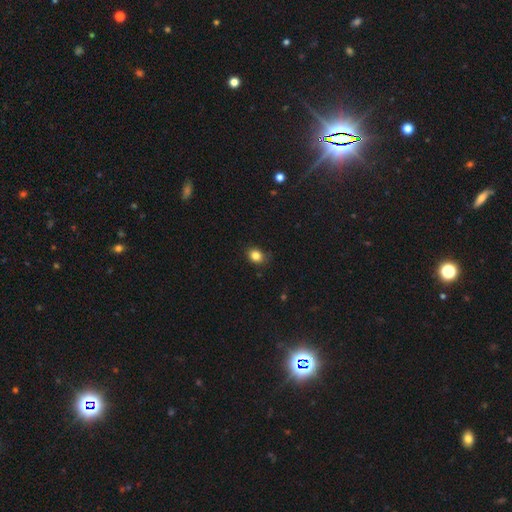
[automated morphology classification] smooth-or-featured: smooth: 84% | star or artifact: 11% | featured or disk: 5%
  how-rounded: round: 56% | in between: 43% | cigar-shaped: 1%
  merging: none: 81% | minor disturbance: 14% | major disturbance: 3% | merger: 1%